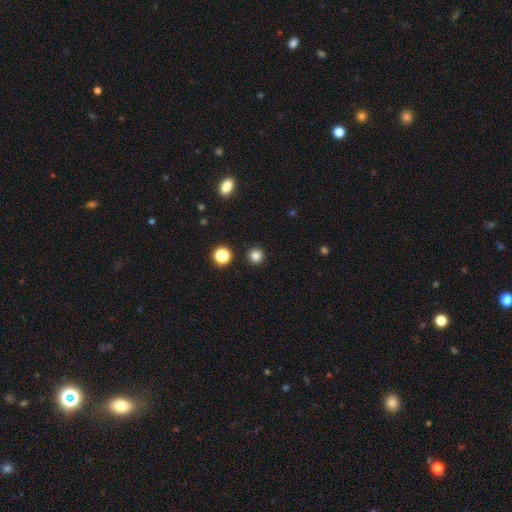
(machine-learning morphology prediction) This appears to be a smooth galaxy with no disk features (82%) that is round (95%). Merging: none (92%).